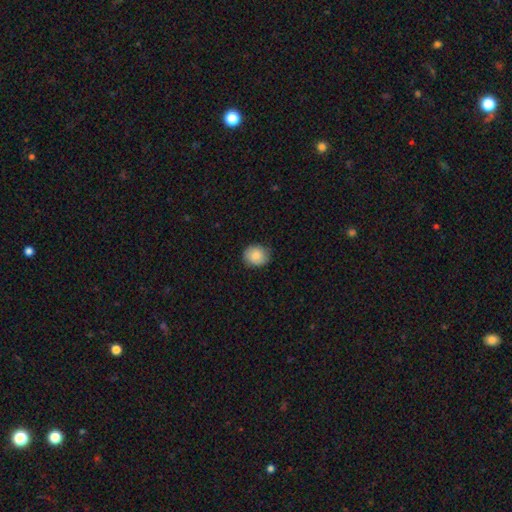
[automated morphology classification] A smooth galaxy with no disk features (84%) that is round (76%). Merging: none (82%).